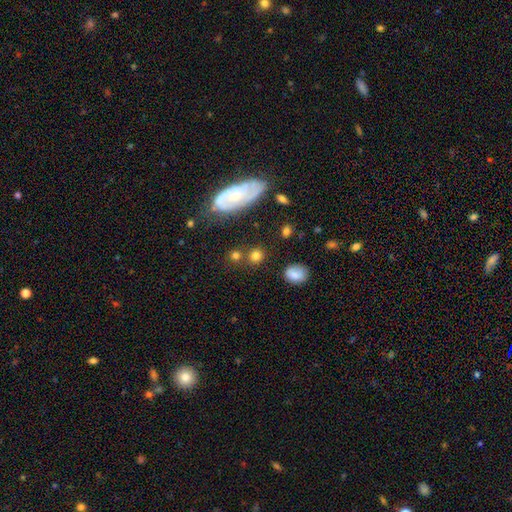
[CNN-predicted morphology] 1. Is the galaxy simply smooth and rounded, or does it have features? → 75% smooth, 14% featured or disk, 11% star or artifact.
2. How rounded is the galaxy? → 82% round, 16% in between, 2% cigar-shaped.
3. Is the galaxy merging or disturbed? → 73% none, 12% minor disturbance, 11% merger, 5% major disturbance.